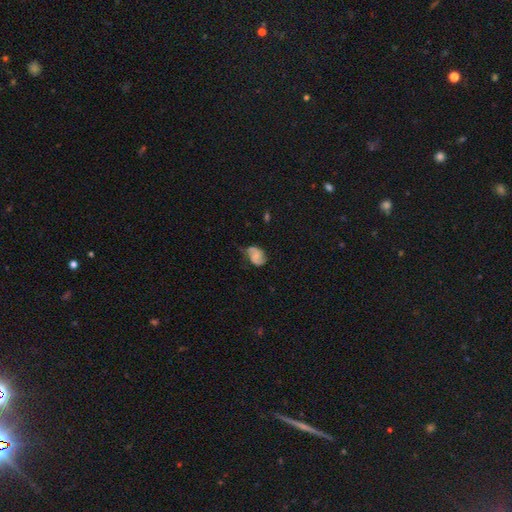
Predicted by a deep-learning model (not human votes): This is possibly a featured or disk galaxy (57%). It is clearly not viewed edge-on (98%). Bar: possibly no (58%). Spiral arm pattern: clearly yes (90%). Spiral arm count: likely 2 (80%). Spiral winding: marginally medium (42%). Central bulge: possibly none (51%). Merging: possibly none (49%).